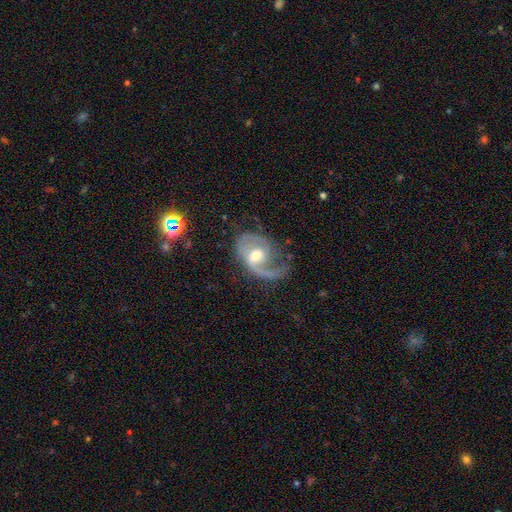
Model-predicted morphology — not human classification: smooth_or_featured: featured or disk (p=0.86) [alt: smooth p=0.09]
disk_edge_on: no (p=0.97) [alt: yes p=0.03]
bar: weak (p=0.46) [alt: no p=0.41]
has_spiral_arms: yes (p=0.95) [alt: no p=0.05]
spiral_winding: medium (p=0.47) [alt: loose p=0.37]
spiral_arm_count: 2 (p=0.53) [alt: 1 p=0.38]
bulge_size: moderate (p=0.64) [alt: small p=0.27]
merging: none (p=0.49) [alt: major disturbance p=0.26]